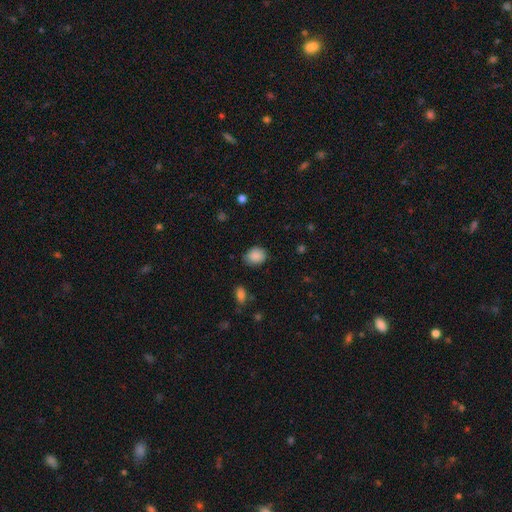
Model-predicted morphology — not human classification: Smooth or featured?
  - smooth: 88% *
  - star or artifact: 8%
  - featured or disk: 4%
How rounded?
  - in between: 52% *
  - round: 47%
  - cigar-shaped: 1%
Merging?
  - none: 75% *
  - minor disturbance: 19%
  - major disturbance: 4%
  - merger: 2%